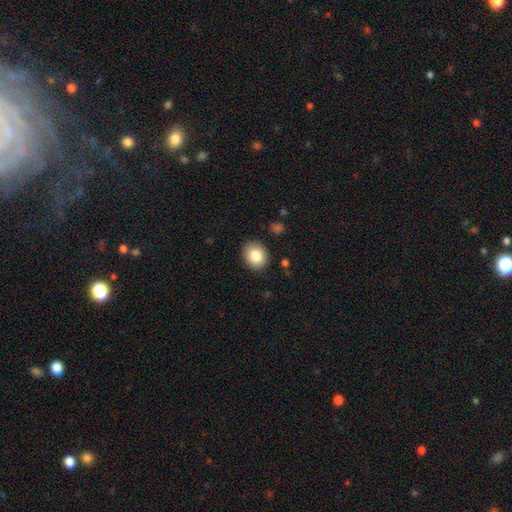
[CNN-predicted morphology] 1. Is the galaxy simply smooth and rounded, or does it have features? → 83% smooth, 9% star or artifact, 8% featured or disk.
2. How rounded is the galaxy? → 59% round, 40% in between, 1% cigar-shaped.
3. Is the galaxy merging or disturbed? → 89% none, 8% minor disturbance, 2% major disturbance, 1% merger.